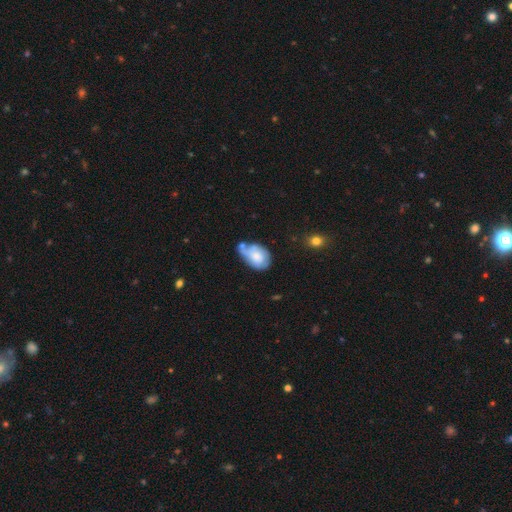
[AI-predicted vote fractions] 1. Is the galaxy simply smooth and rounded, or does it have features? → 57% smooth, 36% featured or disk, 7% star or artifact.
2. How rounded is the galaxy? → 82% in between, 17% round, 1% cigar-shaped.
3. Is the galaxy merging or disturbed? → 34% minor disturbance, 27% none, 23% merger, 16% major disturbance.